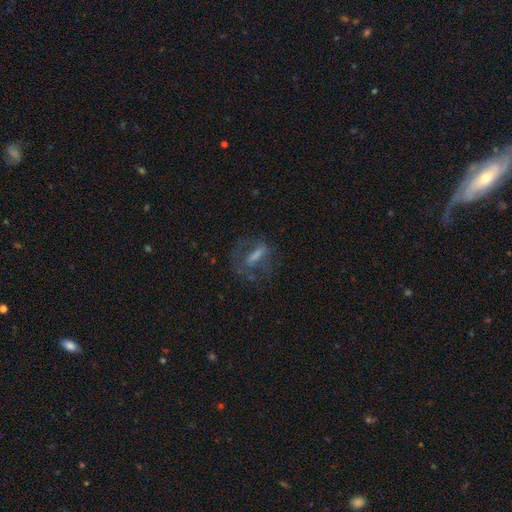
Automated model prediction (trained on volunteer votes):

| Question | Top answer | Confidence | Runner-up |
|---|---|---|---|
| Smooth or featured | featured or disk | 47% | smooth (40%) |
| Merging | none | 47% | major disturbance (32%) |